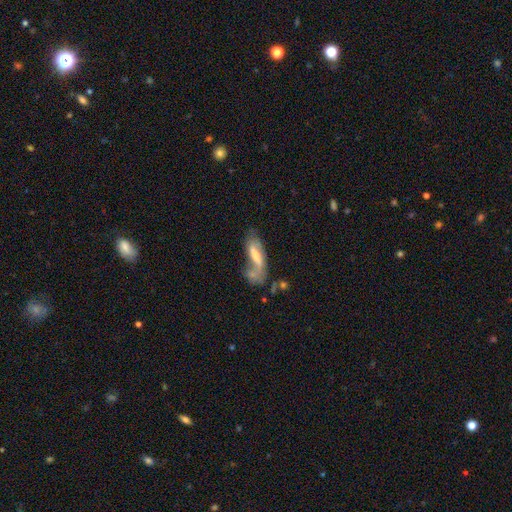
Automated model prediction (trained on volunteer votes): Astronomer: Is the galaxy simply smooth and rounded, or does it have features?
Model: featured or disk — 53% (runner-up: smooth, 40%).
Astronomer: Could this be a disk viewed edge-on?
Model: no — 82%.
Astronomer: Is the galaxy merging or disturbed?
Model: none — 32% (runner-up: major disturbance, 24%).